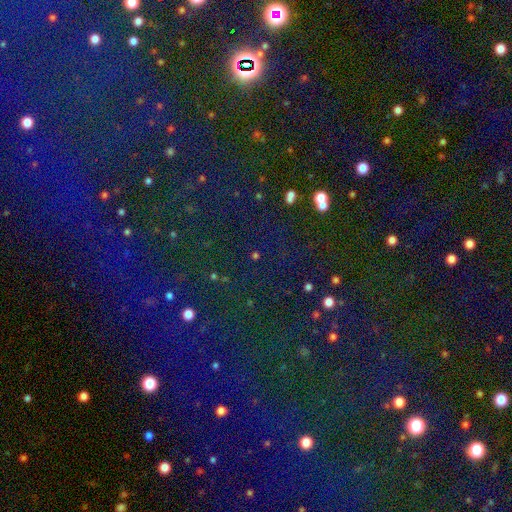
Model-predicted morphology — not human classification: Smooth or featured? Predicted: star or artifact (p=0.80).